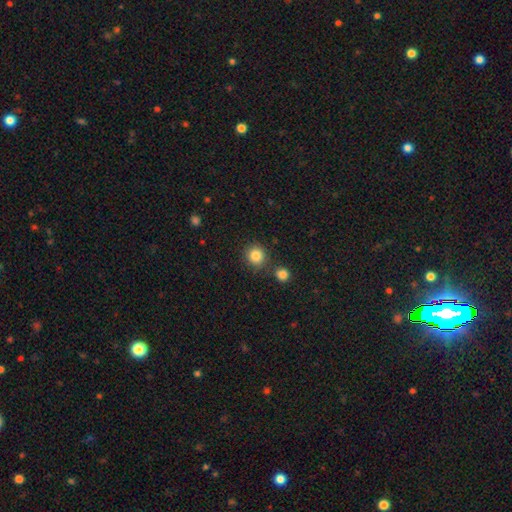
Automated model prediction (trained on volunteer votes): smooth_or_featured: smooth (p=0.84) [alt: star or artifact p=0.11]
how_rounded: round (p=0.89) [alt: in between p=0.10]
merging: none (p=0.81) [alt: merger p=0.08]